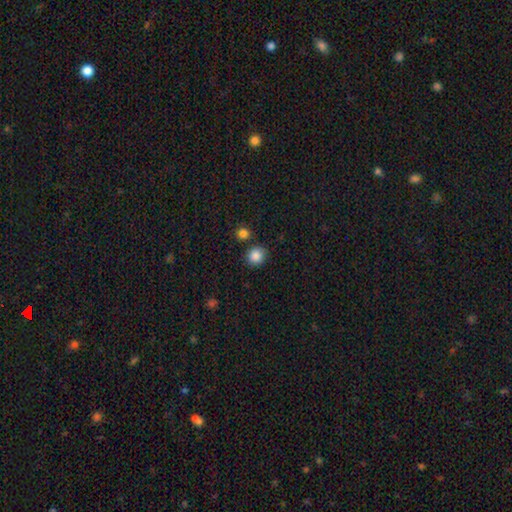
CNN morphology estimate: Smooth or featured?
  - smooth: 87% *
  - star or artifact: 10%
  - featured or disk: 3%
How rounded?
  - round: 89% *
  - in between: 10%
  - cigar-shaped: 1%
Merging?
  - none: 82% *
  - minor disturbance: 9%
  - merger: 7%
  - major disturbance: 3%